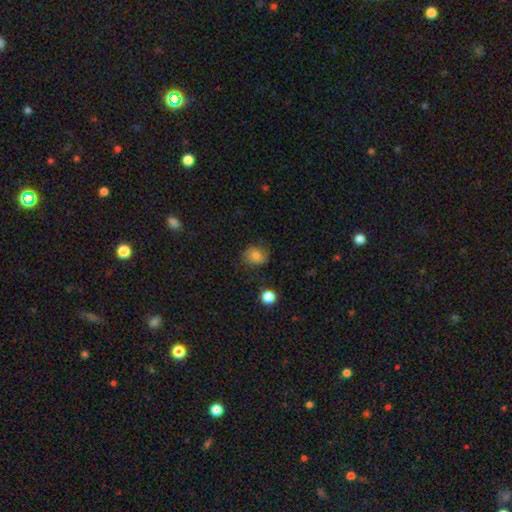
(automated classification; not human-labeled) Morphology: type=smooth (78%); roundness=round (68%); merging=none (72%).